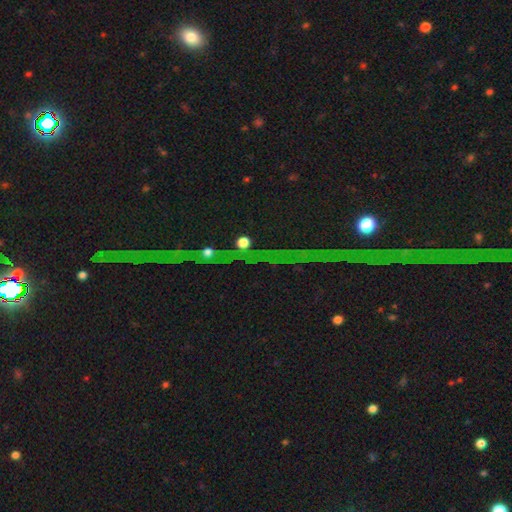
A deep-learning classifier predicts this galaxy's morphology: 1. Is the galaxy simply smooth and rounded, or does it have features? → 79% star or artifact, 12% featured or disk, 9% smooth.